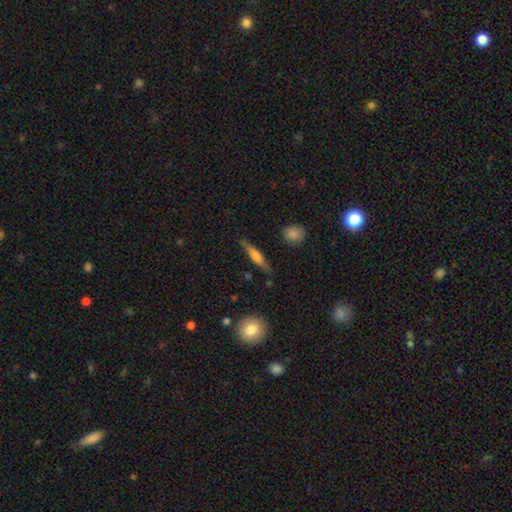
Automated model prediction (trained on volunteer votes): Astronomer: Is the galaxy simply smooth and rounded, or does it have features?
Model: smooth — 51% (runner-up: featured or disk, 43%).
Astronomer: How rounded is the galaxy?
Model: cigar-shaped — 80%.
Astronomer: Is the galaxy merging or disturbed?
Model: none — 82%.